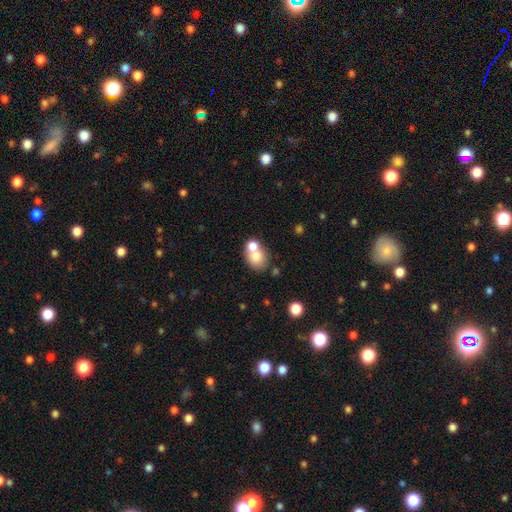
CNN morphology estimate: Smooth or featured: smooth — 72% (featured or disk — 17%)
How rounded: round — 63% (in between — 36%)
Merging: merger — 49% (none — 39%)